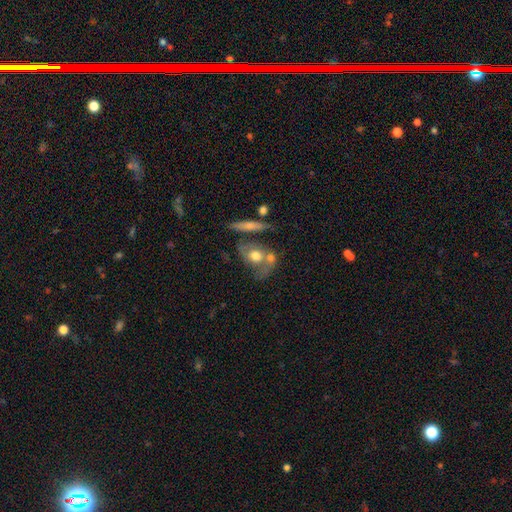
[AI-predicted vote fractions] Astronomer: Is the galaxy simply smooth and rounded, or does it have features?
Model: smooth — 49% (runner-up: featured or disk, 43%).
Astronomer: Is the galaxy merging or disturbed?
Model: none — 38% (runner-up: merger, 35%).